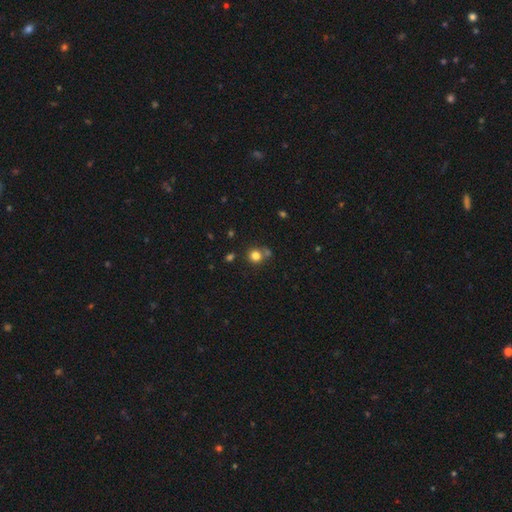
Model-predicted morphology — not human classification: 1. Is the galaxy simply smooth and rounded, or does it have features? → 80% smooth, 14% star or artifact, 6% featured or disk.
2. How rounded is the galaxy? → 90% round, 9% in between, 1% cigar-shaped.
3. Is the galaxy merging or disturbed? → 70% none, 18% merger, 9% minor disturbance, 3% major disturbance.